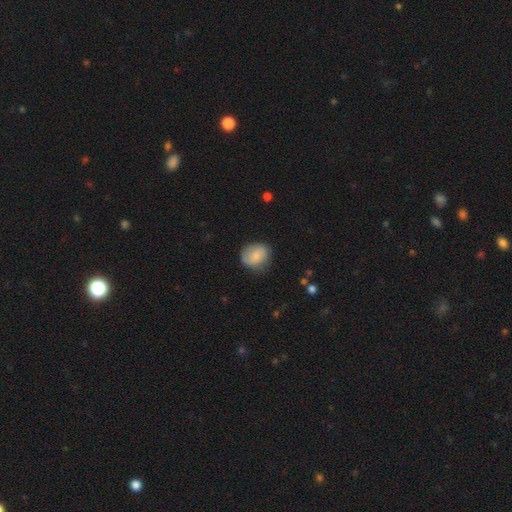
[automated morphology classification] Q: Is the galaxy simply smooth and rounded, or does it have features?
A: smooth — 70%.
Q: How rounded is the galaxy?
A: round — 65%.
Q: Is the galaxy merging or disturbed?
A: none — 65%.